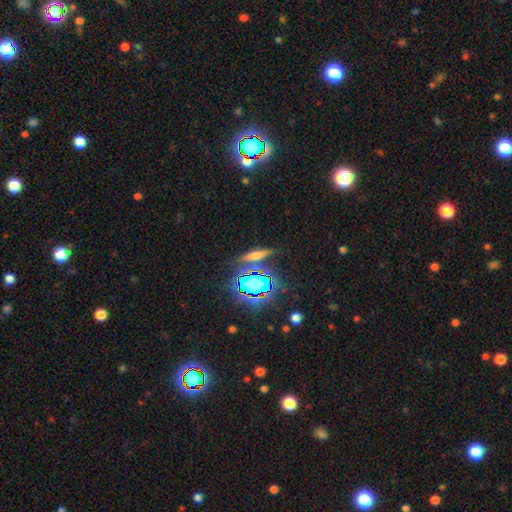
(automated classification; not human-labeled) smooth 43%, featured or disk 29%, star or artifact 28%. Down the decision tree: merging — none (77%).